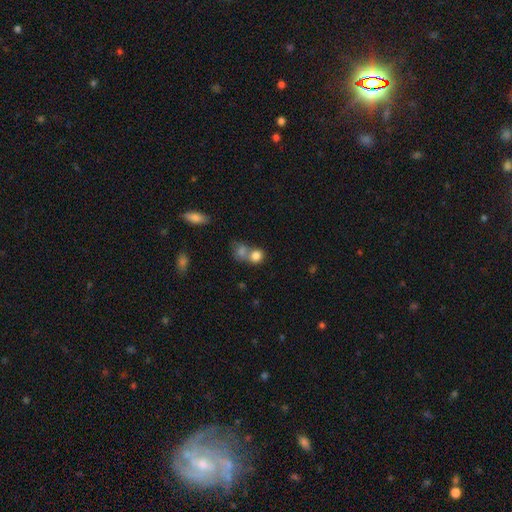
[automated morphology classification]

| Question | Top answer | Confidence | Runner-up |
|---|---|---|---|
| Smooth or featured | smooth | 80% | star or artifact (10%) |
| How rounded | round | 69% | in between (29%) |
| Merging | merger | 56% | none (32%) |